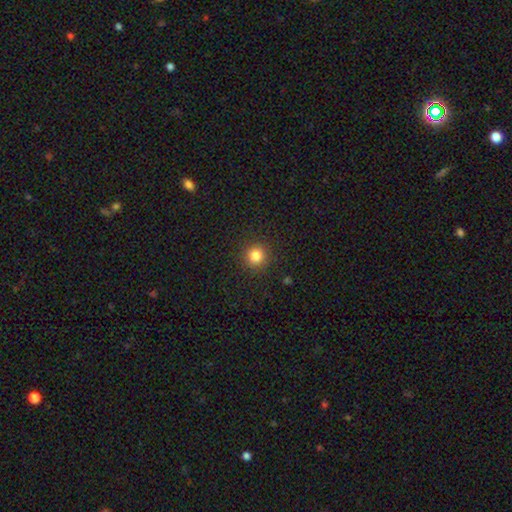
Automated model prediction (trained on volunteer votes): Morphology: type=smooth (83%); roundness=round (94%); merging=none (91%).